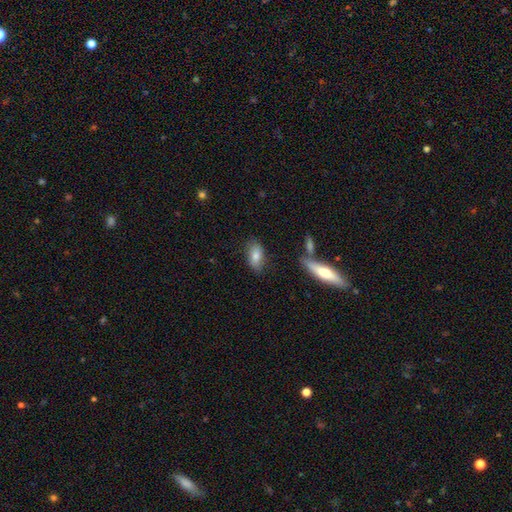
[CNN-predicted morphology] Smooth or featured: smooth — 78% (featured or disk — 15%)
How rounded: in between — 88% (cigar-shaped — 7%)
Merging: none — 77% (minor disturbance — 14%)